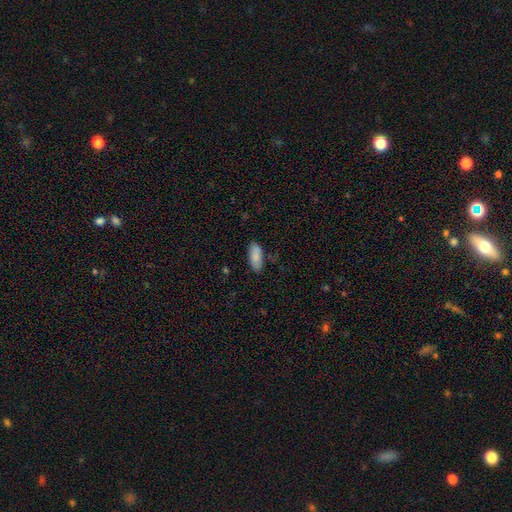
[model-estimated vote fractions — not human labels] Morphology: type=smooth (87%); roundness=in between (85%); merging=none (84%).